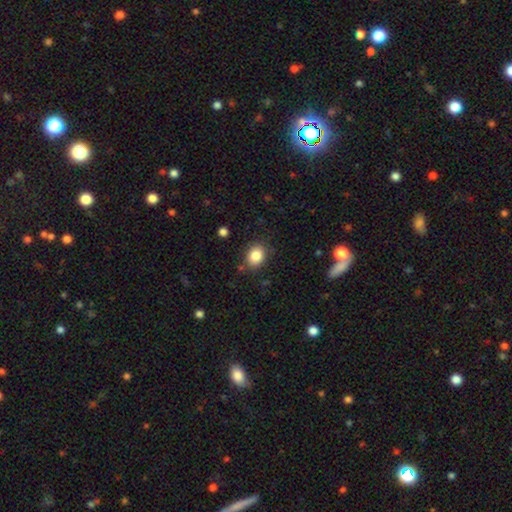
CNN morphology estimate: A smooth galaxy with no disk features (85%) that is in between round and cigar-shaped (51%). Merging: none (84%).